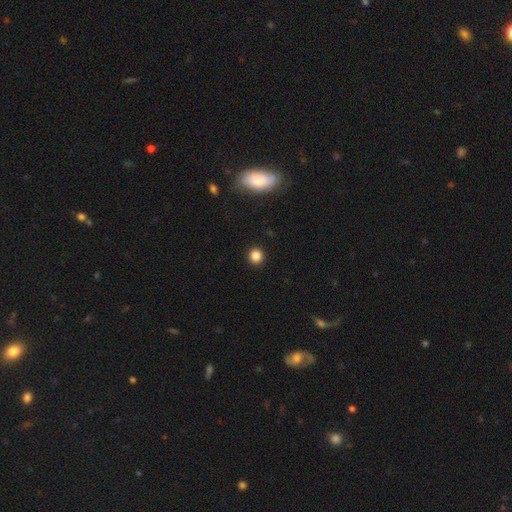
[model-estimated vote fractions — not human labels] A smooth galaxy with no disk features (85%) that is round (93%).

Vote fractions:
- Smooth or featured? smooth: 85% / star or artifact: 12% / featured or disk: 4%
- How rounded? round: 93% / in between: 6% / cigar-shaped: 1%
- Merging? none: 93% / minor disturbance: 5% / major disturbance: 2% / merger: 1%